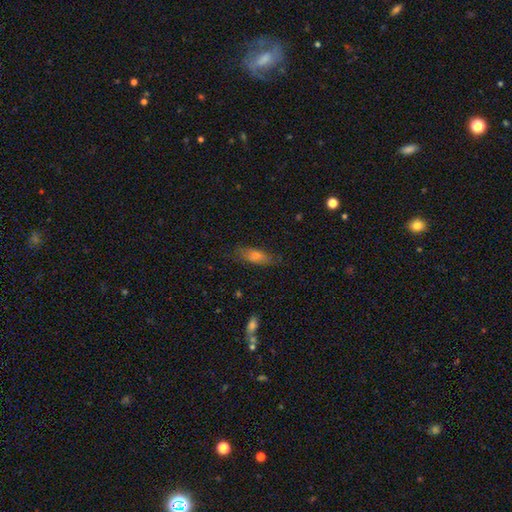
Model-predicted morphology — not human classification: smooth 58%, featured or disk 32%, star or artifact 10%. Down the decision tree: how rounded — in between (53%); merging — none (77%).